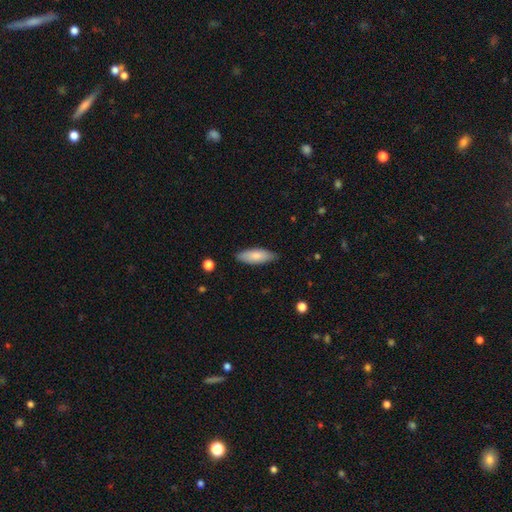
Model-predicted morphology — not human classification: smooth_or_featured: smooth (p=0.79) [alt: featured or disk p=0.16]
how_rounded: in between (p=0.68) [alt: cigar-shaped p=0.30]
merging: none (p=0.83) [alt: minor disturbance p=0.14]